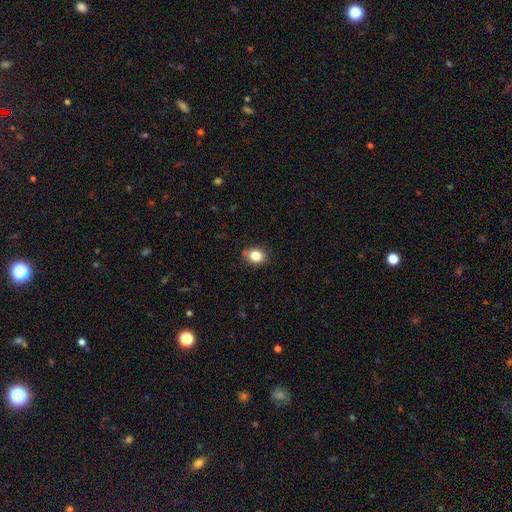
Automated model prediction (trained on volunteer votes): Smooth or featured: smooth — 83% (star or artifact — 11%)
How rounded: round — 58% (in between — 41%)
Merging: none — 81% (minor disturbance — 15%)